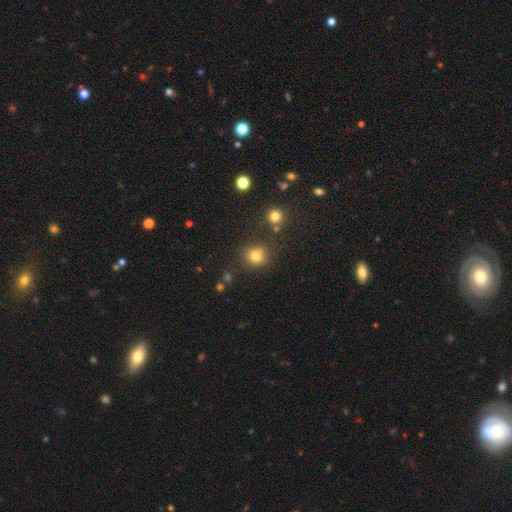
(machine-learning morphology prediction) The model was most divided on "merging": none: 73%, minor disturbance: 14%, merger: 8%, major disturbance: 5%. More confident: how rounded — round (80%); smooth or featured — smooth (76%).